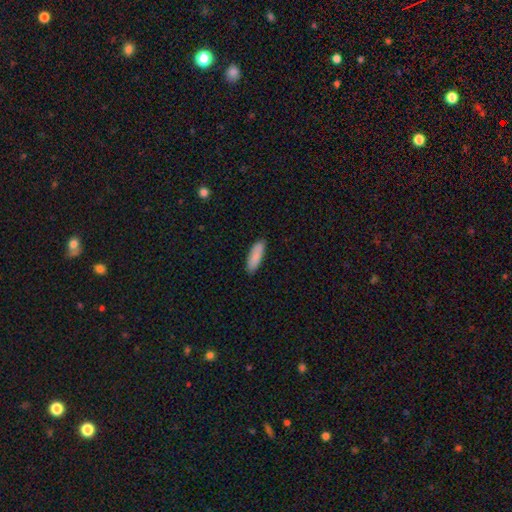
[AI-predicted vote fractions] Smooth or featured? Predicted: smooth (p=0.88). How rounded? Predicted: in between (p=0.51). Merging? Predicted: none (p=0.87).